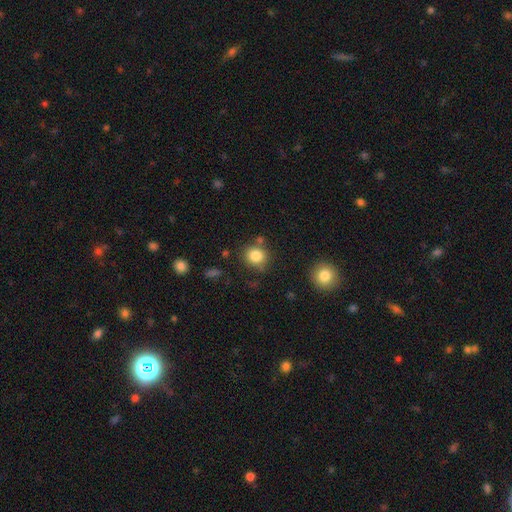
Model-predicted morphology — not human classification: Smooth or featured: smooth — 84% (star or artifact — 10%)
How rounded: round — 82% (in between — 17%)
Merging: none — 75% (minor disturbance — 13%)